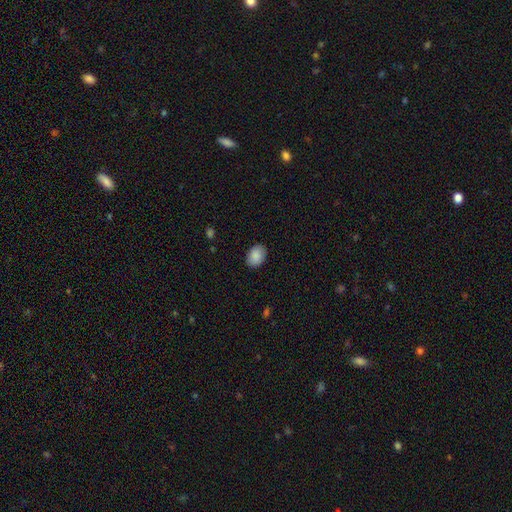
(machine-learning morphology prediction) Smooth or featured?
  - smooth: 89% *
  - star or artifact: 7%
  - featured or disk: 4%
How rounded?
  - in between: 77% *
  - round: 22%
  - cigar-shaped: 1%
Merging?
  - none: 87% *
  - minor disturbance: 10%
  - major disturbance: 2%
  - merger: 1%